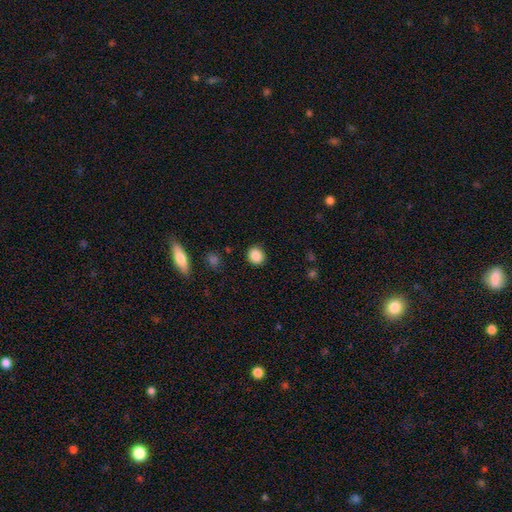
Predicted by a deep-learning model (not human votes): A smooth galaxy with no disk features (87%) that is round (80%). Merging: none (89%).